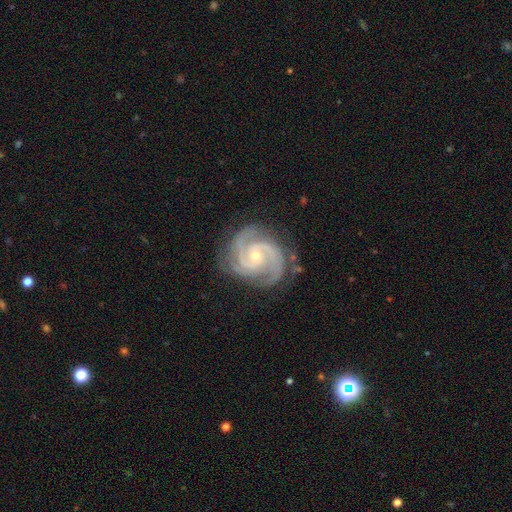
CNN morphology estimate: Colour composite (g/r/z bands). It shows a featured or disk galaxy (93%) with no bar (62%), 3 (45%) tight (57%) spiral arms (99%) and a small central bulge (66%). Merging: none (79%).